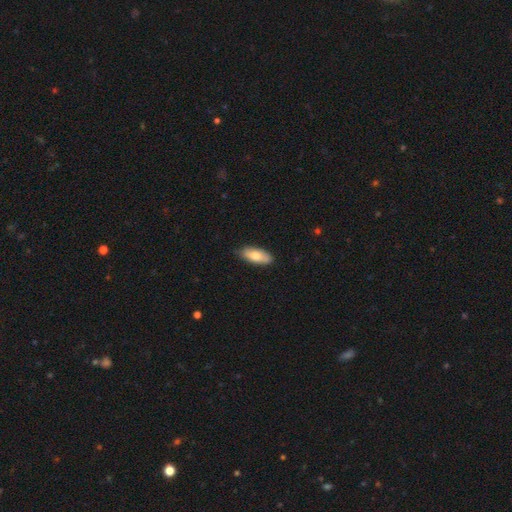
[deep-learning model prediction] Smooth or featured: smooth — 77% (featured or disk — 18%)
How rounded: in between — 81% (cigar-shaped — 17%)
Merging: none — 84% (minor disturbance — 13%)